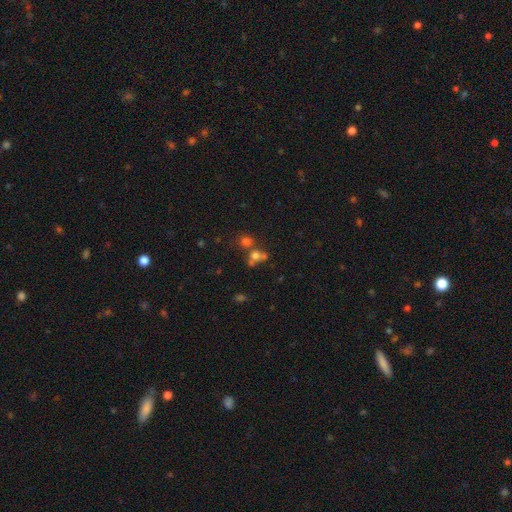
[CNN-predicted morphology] smooth_or_featured: smooth (p=0.63) [alt: star or artifact p=0.21]
how_rounded: round (p=0.77) [alt: in between p=0.21]
merging: merger (p=0.47) [alt: none p=0.39]